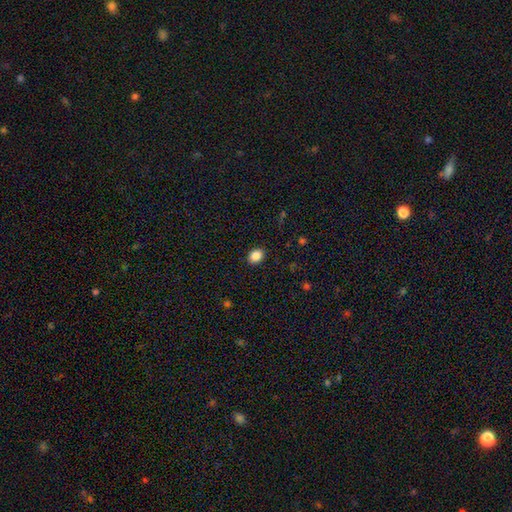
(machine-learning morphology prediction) This is clearly a smooth galaxy (87%). How rounded: possibly in between (58%). Merging: clearly none (90%).